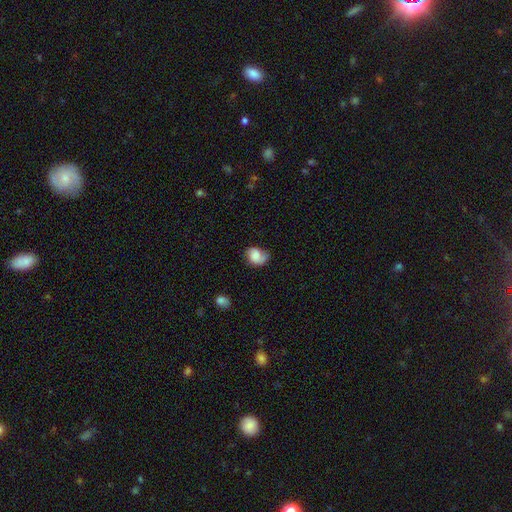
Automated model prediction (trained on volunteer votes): Smooth or featured: smooth — 61% (featured or disk — 31%)
How rounded: in between — 52% (round — 47%)
Merging: none — 48% (minor disturbance — 34%)